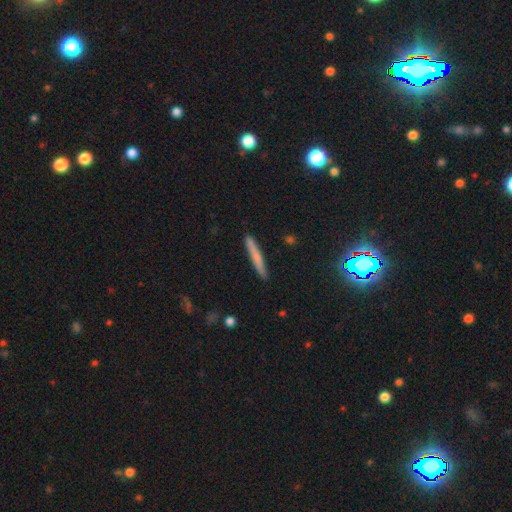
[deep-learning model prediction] Q: Smooth or featured?
A: smooth (64%); runner-up: featured or disk (28%)
Q: How rounded?
A: cigar-shaped (95%); runner-up: in between (3%)
Q: Merging?
A: none (89%); runner-up: minor disturbance (8%)